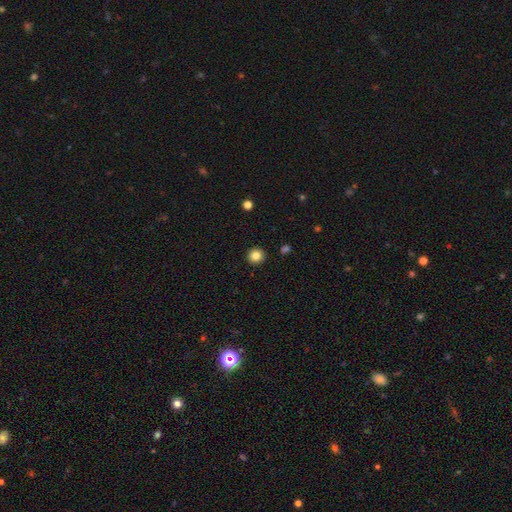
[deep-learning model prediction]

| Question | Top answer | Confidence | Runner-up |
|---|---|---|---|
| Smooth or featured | smooth | 83% | star or artifact (11%) |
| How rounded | round | 93% | in between (6%) |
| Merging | none | 92% | minor disturbance (5%) |